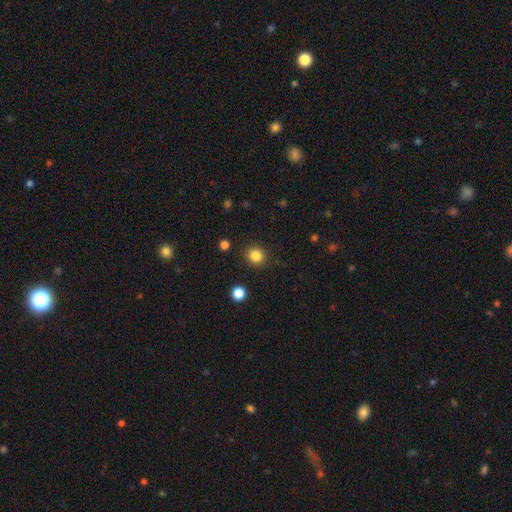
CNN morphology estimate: A smooth galaxy with no disk features (84%) that is round (92%). Merging: none (90%).